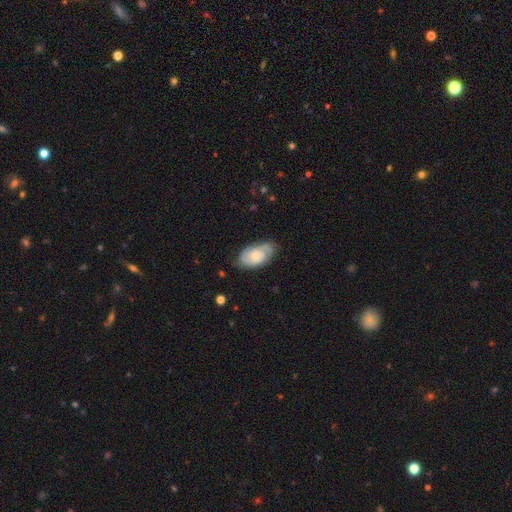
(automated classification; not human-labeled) A featured or disk galaxy (63%) with no bar (75%), 2 (49%) tight (55%) spiral arms (87%) and a moderate central bulge (49%).

Vote fractions:
- Smooth or featured? featured or disk: 63% / smooth: 31% / star or artifact: 6%
- Edge-on disk? no: 95% / yes: 5%
- Bar? no: 75% / weak: 22% / strong: 3%
- Spiral arms? yes: 87% / no: 13%
- Spiral winding? tight: 55% / medium: 35% / loose: 11%
- Spiral arm count? 2: 49% / can't tell: 30% / 3: 11% / 1: 5% / 4: 3% / more than 4: 2%
- Bulge size? moderate: 49% / small: 43% / large: 4% / none: 3% / dominant: 1%
- Merging? none: 66% / minor disturbance: 26% / major disturbance: 7% / merger: 1%